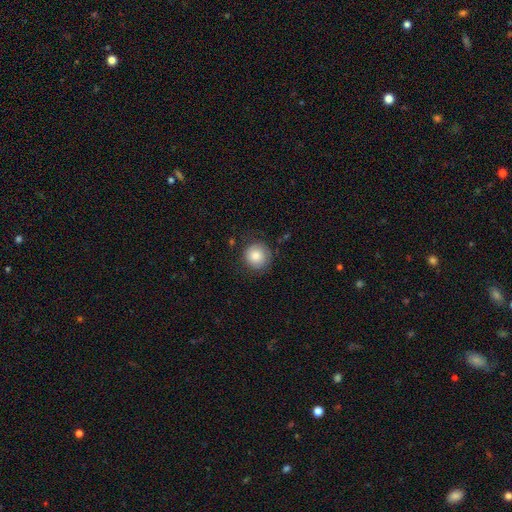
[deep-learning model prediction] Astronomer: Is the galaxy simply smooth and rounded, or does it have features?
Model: smooth — 81%.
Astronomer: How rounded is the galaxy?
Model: round — 93%.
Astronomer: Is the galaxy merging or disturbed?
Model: none — 79%.